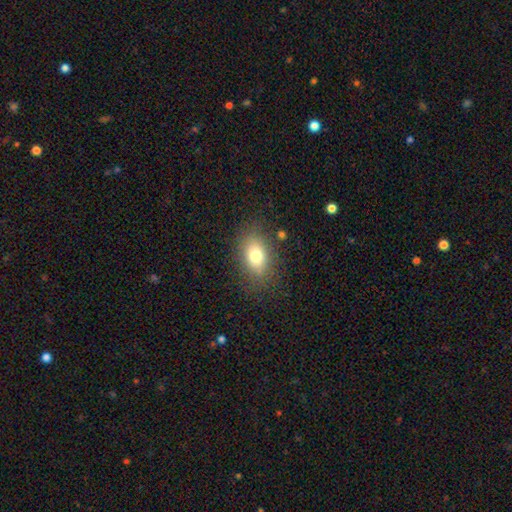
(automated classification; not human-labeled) smooth-or-featured: smooth: 75% | featured or disk: 14% | star or artifact: 11%
  how-rounded: in between: 79% | round: 19% | cigar-shaped: 2%
  merging: none: 81% | minor disturbance: 12% | major disturbance: 5% | merger: 2%